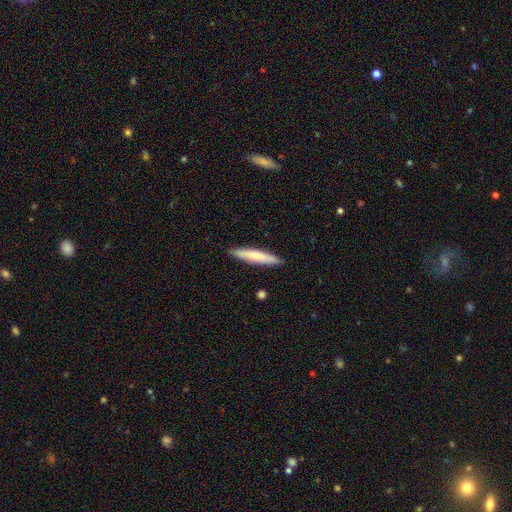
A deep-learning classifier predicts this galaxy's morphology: Smooth or featured: smooth — 67% (featured or disk — 27%)
How rounded: cigar-shaped — 91% (in between — 7%)
Merging: none — 90% (minor disturbance — 7%)